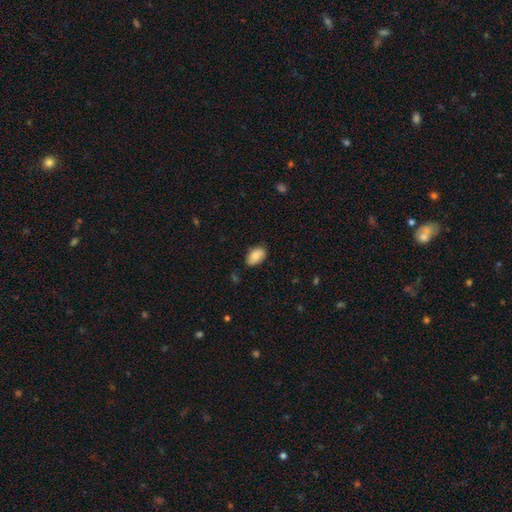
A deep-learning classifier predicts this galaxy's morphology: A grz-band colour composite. It shows a smooth galaxy with no disk features (85%) that is in between round and cigar-shaped (93%). Merging: none (80%).